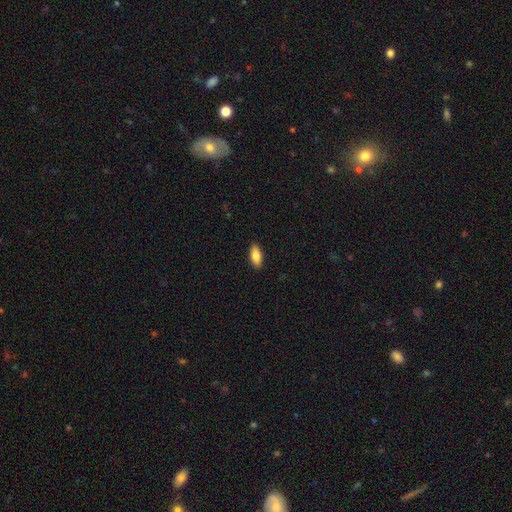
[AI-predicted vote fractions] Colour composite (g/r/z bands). It shows a smooth galaxy with no disk features (83%) that is in between round and cigar-shaped (85%). Merging: none (90%).